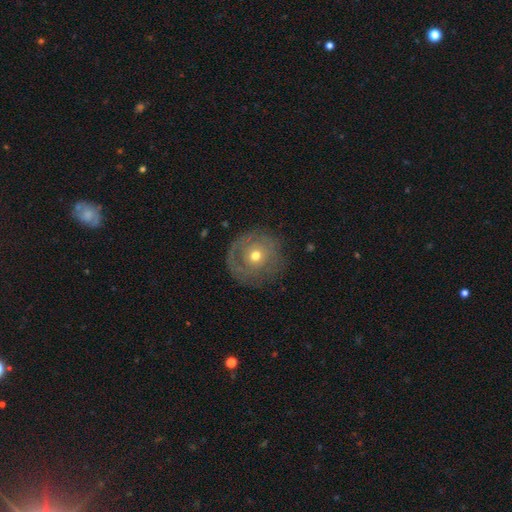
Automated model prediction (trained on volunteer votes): A featured or disk galaxy (50%). Merging: none (74%).